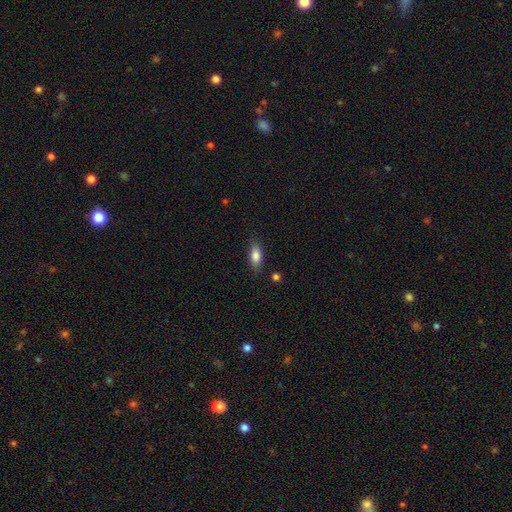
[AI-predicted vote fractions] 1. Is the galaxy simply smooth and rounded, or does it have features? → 81% smooth, 11% featured or disk, 7% star or artifact.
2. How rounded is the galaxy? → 80% in between, 16% cigar-shaped, 4% round.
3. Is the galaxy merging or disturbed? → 82% none, 13% minor disturbance, 3% major disturbance, 2% merger.